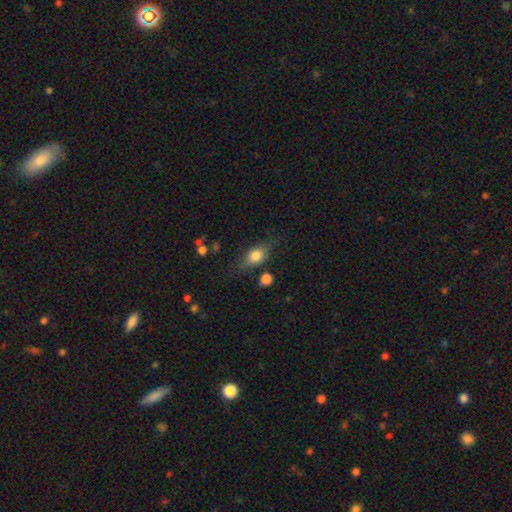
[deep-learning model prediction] Overall: smooth (67%). How rounded: in between (67%). Merging: none (64%).